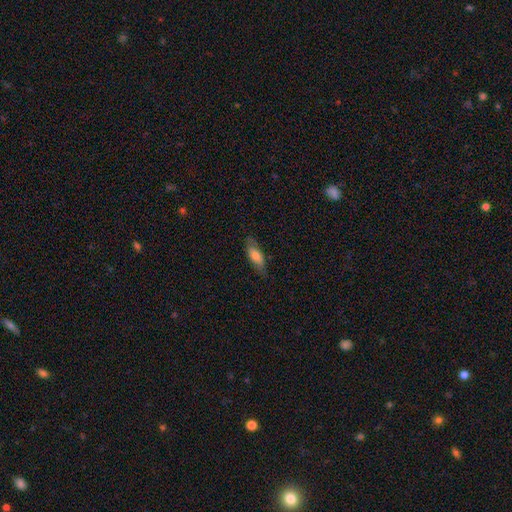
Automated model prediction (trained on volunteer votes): Q: Smooth or featured?
A: smooth (70%); runner-up: featured or disk (24%)
Q: How rounded?
A: in between (67%); runner-up: cigar-shaped (31%)
Q: Merging?
A: none (75%); runner-up: minor disturbance (19%)